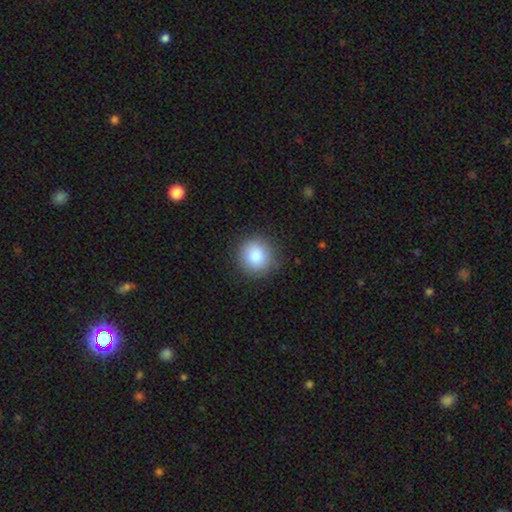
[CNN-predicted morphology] type=smooth (86%); roundness=round (92%); merging=none (88%).